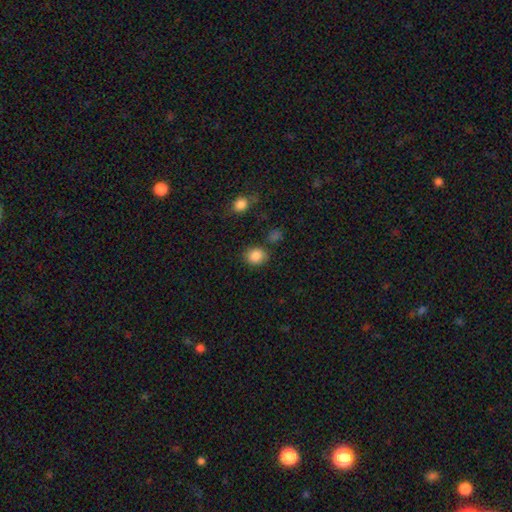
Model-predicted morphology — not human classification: Q: Smooth or featured?
A: smooth (86%); runner-up: star or artifact (10%)
Q: How rounded?
A: round (70%); runner-up: in between (29%)
Q: Merging?
A: none (74%); runner-up: minor disturbance (16%)